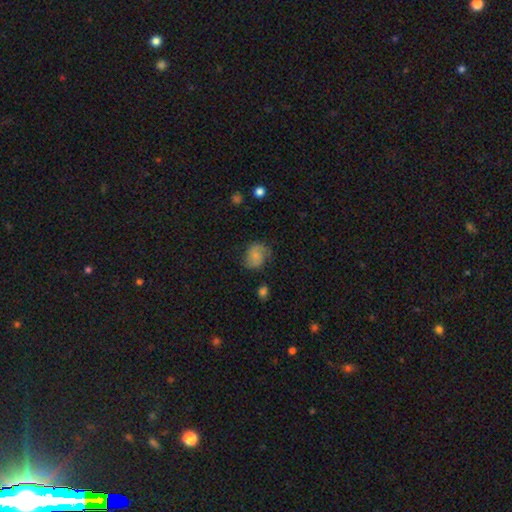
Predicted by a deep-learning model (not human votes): Smooth or featured?
  - smooth: 57% *
  - featured or disk: 34%
  - star or artifact: 9%
How rounded?
  - round: 52% *
  - in between: 47%
  - cigar-shaped: 1%
Merging?
  - none: 61% *
  - minor disturbance: 26%
  - major disturbance: 11%
  - merger: 2%